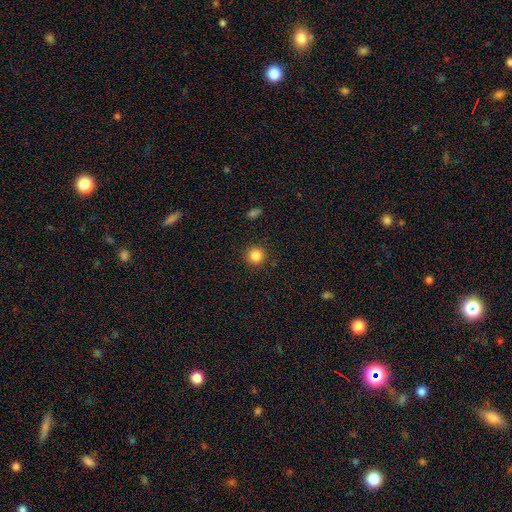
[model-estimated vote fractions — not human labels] This appears to be a smooth galaxy with no disk features (85%) that is round (95%). Merging: none (91%).